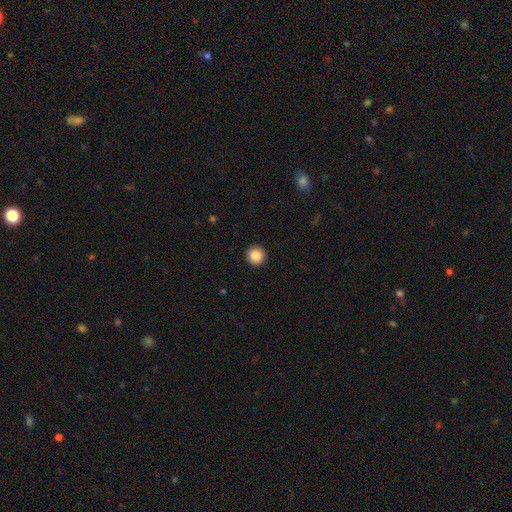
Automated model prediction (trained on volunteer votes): Q: Smooth or featured?
A: smooth (87%); runner-up: star or artifact (9%)
Q: How rounded?
A: round (94%); runner-up: in between (5%)
Q: Merging?
A: none (93%); runner-up: minor disturbance (5%)